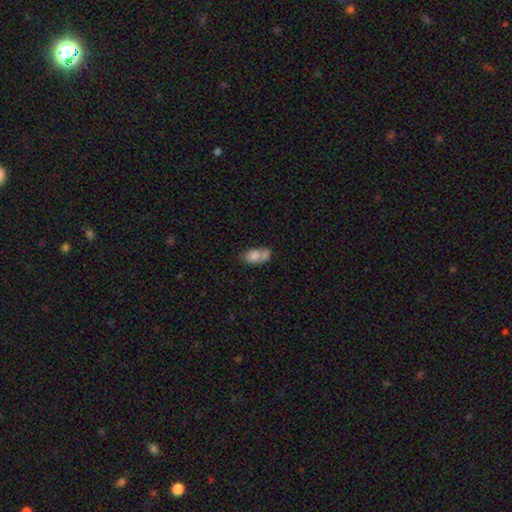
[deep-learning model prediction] Smooth or featured: smooth — 75% (featured or disk — 16%)
How rounded: in between — 79% (round — 19%)
Merging: merger — 55% (none — 25%)